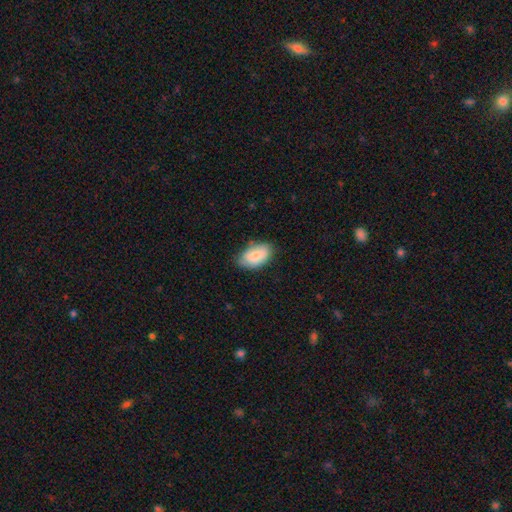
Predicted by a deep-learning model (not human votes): Smooth or featured? Predicted: smooth (p=0.80). How rounded? Predicted: in between (p=0.93). Merging? Predicted: none (p=0.70).